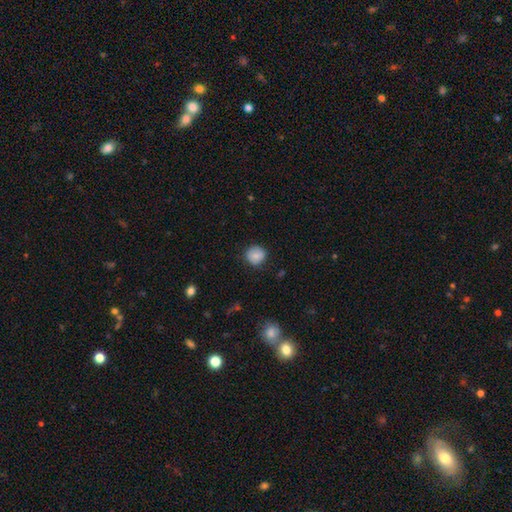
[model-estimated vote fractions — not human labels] Smooth or featured?
  - smooth: 81% *
  - featured or disk: 11%
  - star or artifact: 8%
How rounded?
  - round: 89% *
  - in between: 10%
  - cigar-shaped: 1%
Merging?
  - none: 81% *
  - minor disturbance: 15%
  - major disturbance: 3%
  - merger: 1%